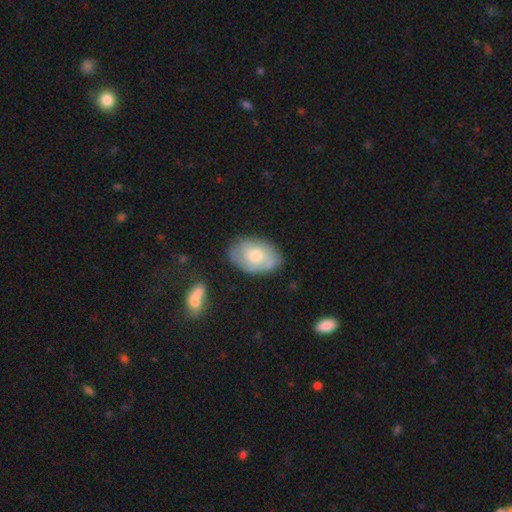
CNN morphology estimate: Smooth or featured? featured or disk (53%)
Edge-on disk? no (94%)
Merging? none (73%)